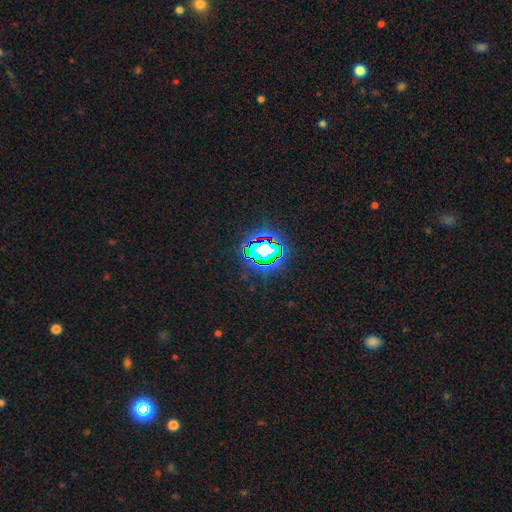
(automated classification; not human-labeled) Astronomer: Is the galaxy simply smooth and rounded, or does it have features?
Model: star or artifact — 83%.